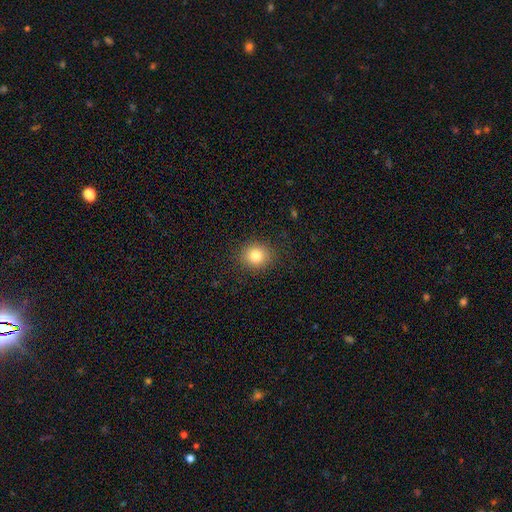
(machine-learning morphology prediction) Smooth or featured? Predicted: smooth (p=0.83). How rounded? Predicted: round (p=0.83). Merging? Predicted: none (p=0.89).